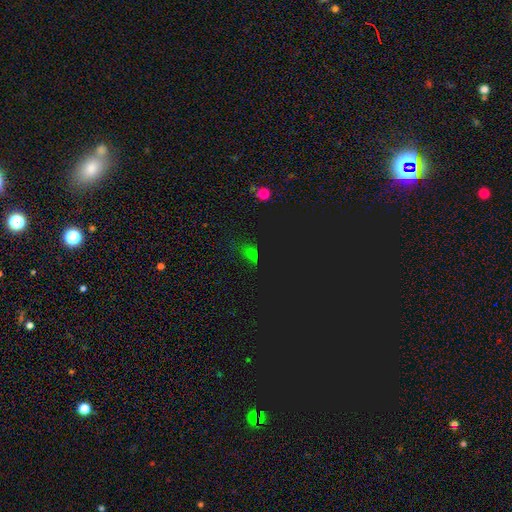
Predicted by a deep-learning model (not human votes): A star or artifact, not a galaxy (63%).